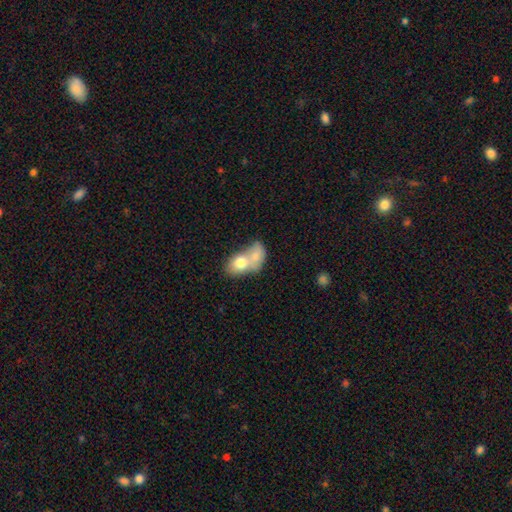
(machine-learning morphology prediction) A smooth galaxy with no disk features (71%) that is in between round and cigar-shaped (72%).

Vote fractions:
- Smooth or featured? smooth: 71% / featured or disk: 22% / star or artifact: 7%
- How rounded? in between: 72% / round: 26% / cigar-shaped: 2%
- Merging? merger: 79% / none: 11% / minor disturbance: 5% / major disturbance: 4%